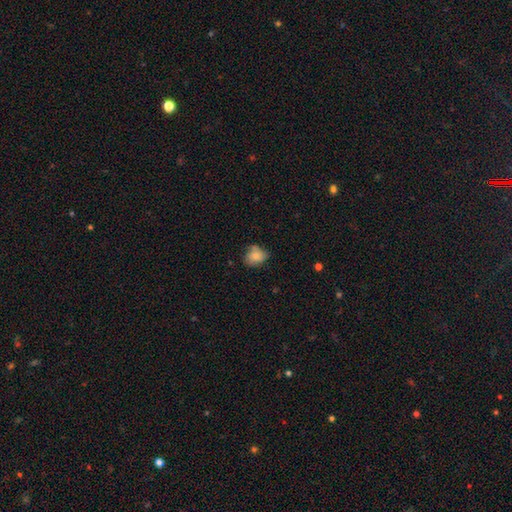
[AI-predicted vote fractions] Smooth or featured: smooth — 75% (featured or disk — 16%)
How rounded: round — 51% (in between — 48%)
Merging: none — 58% (minor disturbance — 31%)